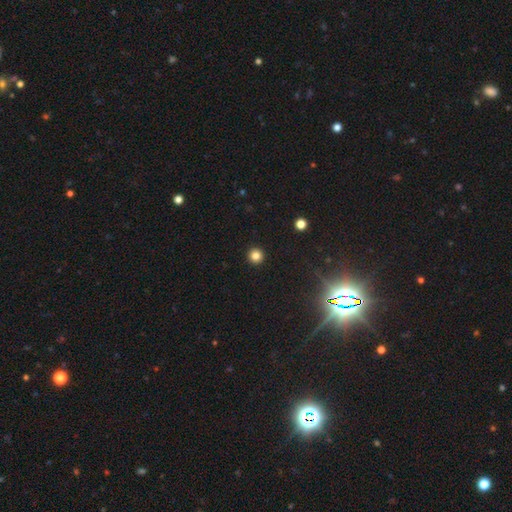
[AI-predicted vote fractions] Overall: smooth (82%). How rounded: round (96%). Merging: none (94%).